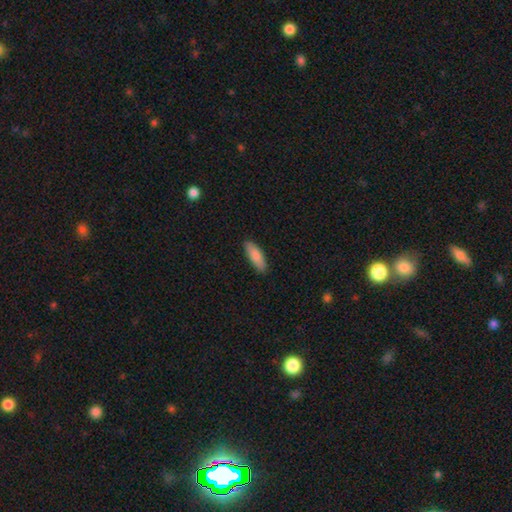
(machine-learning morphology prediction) The model was most divided on "how rounded": in between: 57%, cigar-shaped: 41%, round: 2%. More confident: merging — none (88%); smooth or featured — smooth (86%).